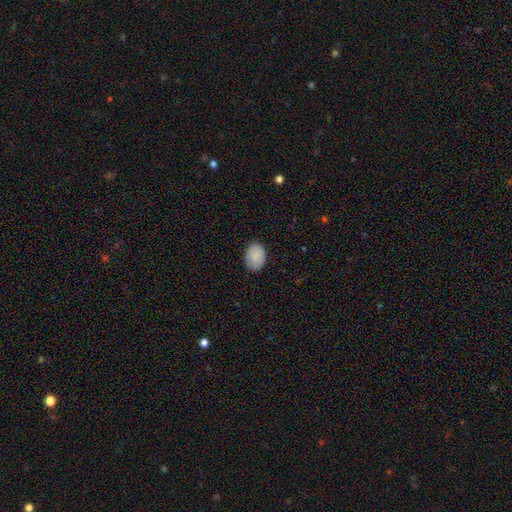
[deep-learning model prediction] This appears to be a smooth galaxy with no disk features (85%) that is in between round and cigar-shaped (77%). Merging: none (84%).